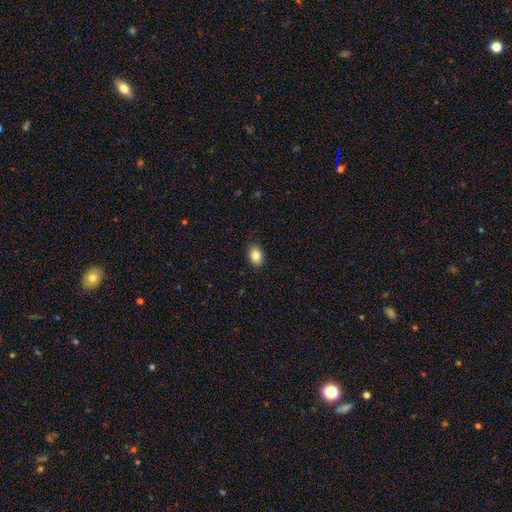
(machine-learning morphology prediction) This appears to be a smooth galaxy with no disk features (85%) that is in between round and cigar-shaped (74%). Merging: none (90%).